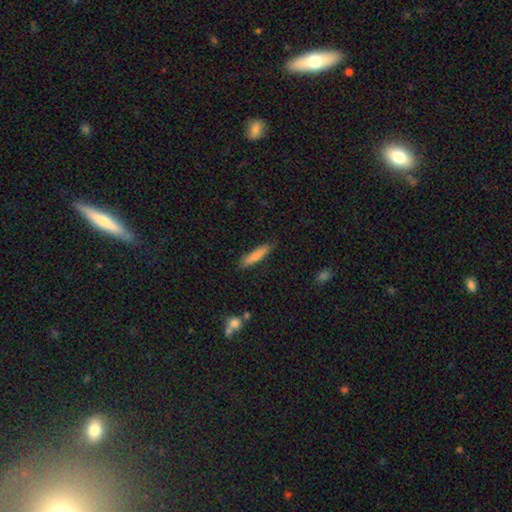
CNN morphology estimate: A smooth galaxy with no disk features (83%) that is cigar-shaped (84%). Merging: none (83%).